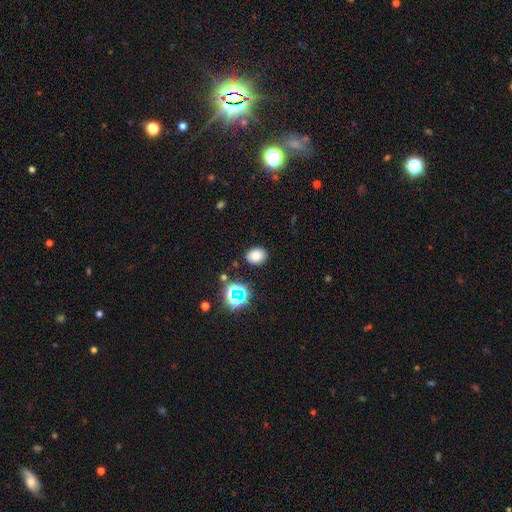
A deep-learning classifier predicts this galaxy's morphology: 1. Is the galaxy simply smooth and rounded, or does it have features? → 77% smooth, 16% star or artifact, 7% featured or disk.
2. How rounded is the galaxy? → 56% in between, 43% round, 1% cigar-shaped.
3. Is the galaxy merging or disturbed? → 87% none, 8% minor disturbance, 3% major disturbance, 2% merger.